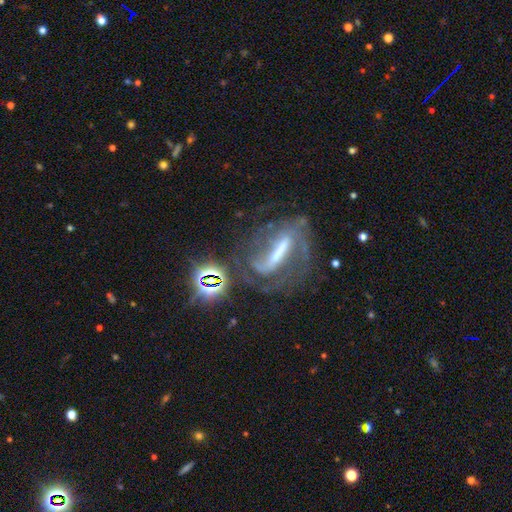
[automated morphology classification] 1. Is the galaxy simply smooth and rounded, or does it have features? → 79% featured or disk, 13% star or artifact, 8% smooth.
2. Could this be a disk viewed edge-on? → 81% no, 19% yes.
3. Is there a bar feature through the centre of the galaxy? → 75% strong, 17% weak, 7% no.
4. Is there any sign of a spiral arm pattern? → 87% yes, 13% no.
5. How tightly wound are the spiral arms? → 44% medium, 33% tight, 22% loose.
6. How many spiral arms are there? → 65% 2, 20% can't tell, 6% 3, 5% 1, 2% 4, 2% more than 4.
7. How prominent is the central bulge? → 45% small, 30% moderate, 16% none, 6% large, 2% dominant.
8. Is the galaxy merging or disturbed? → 57% none, 19% major disturbance, 18% minor disturbance, 6% merger.